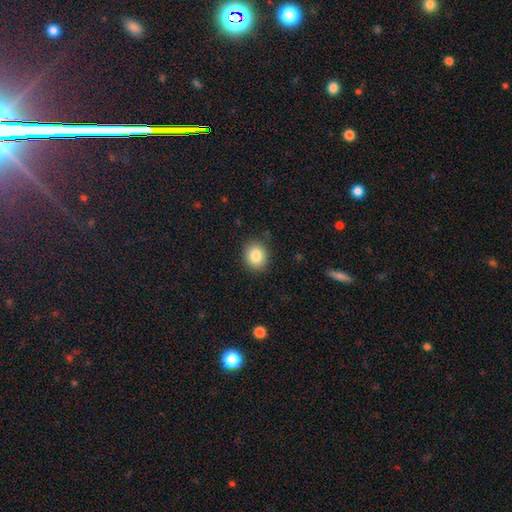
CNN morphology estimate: A smooth galaxy with no disk features (84%) that is round (69%).

Vote fractions:
- Smooth or featured? smooth: 84% / star or artifact: 9% / featured or disk: 6%
- How rounded? round: 69% / in between: 30% / cigar-shaped: 1%
- Merging? none: 87% / minor disturbance: 9% / major disturbance: 3% / merger: 1%